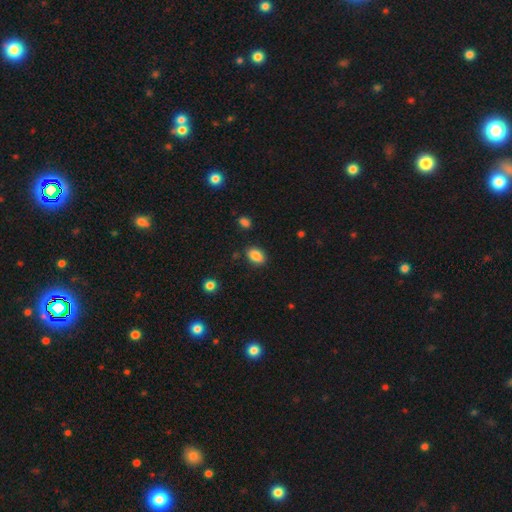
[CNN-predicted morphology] smooth-or-featured: smooth: 87% | star or artifact: 9% | featured or disk: 4%
  how-rounded: in between: 83% | round: 15% | cigar-shaped: 1%
  merging: none: 85% | minor disturbance: 10% | major disturbance: 3% | merger: 2%